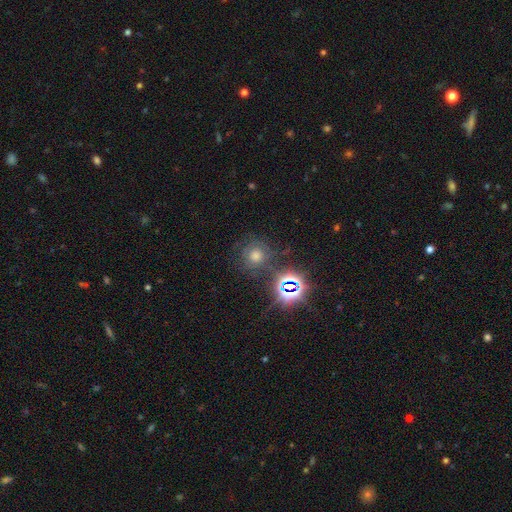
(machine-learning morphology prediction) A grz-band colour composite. It shows a star or artifact, not a galaxy (45%).